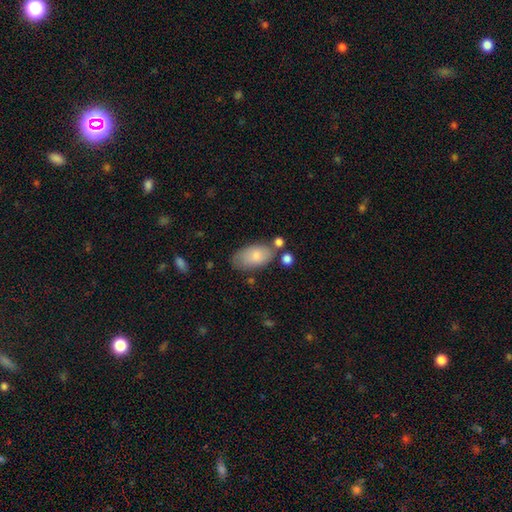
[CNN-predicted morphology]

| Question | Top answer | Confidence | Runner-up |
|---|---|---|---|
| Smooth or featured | smooth | 78% | featured or disk (16%) |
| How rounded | in between | 94% | round (4%) |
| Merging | none | 63% | minor disturbance (21%) |